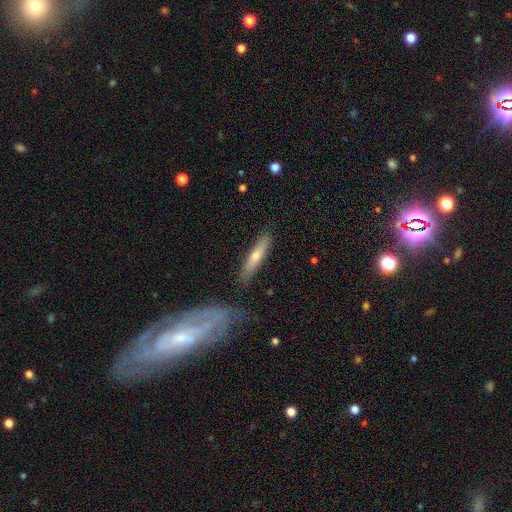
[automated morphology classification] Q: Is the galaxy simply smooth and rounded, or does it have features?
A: featured or disk — 49%.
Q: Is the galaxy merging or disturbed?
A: none — 75%.